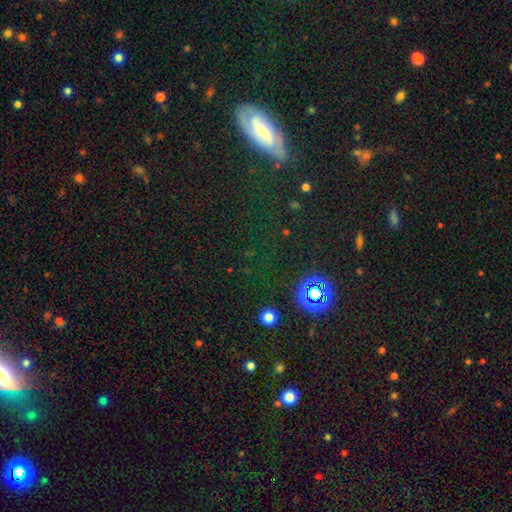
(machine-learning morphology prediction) Smooth or featured?
  - smooth: 46% *
  - star or artifact: 37%
  - featured or disk: 17%
Merging?
  - none: 70% *
  - minor disturbance: 15%
  - major disturbance: 11%
  - merger: 4%